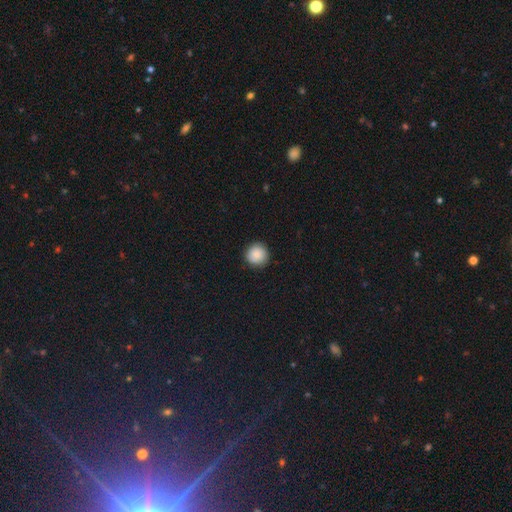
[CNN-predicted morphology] smooth 87%, star or artifact 8%, featured or disk 5%. Down the decision tree: how rounded — round (95%); merging — none (90%).